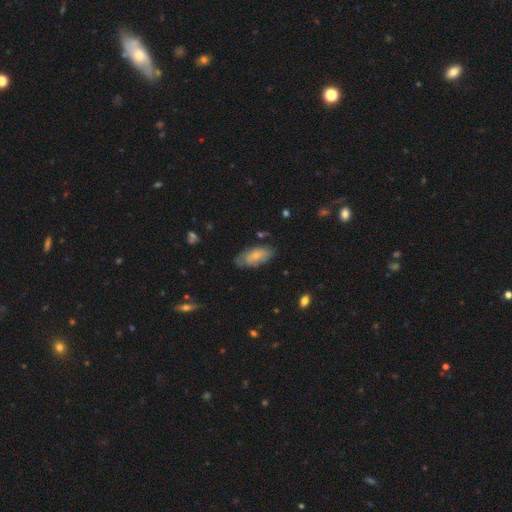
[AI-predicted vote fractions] Smooth or featured? smooth (61%)
How rounded? in between (89%)
Merging? none (65%)